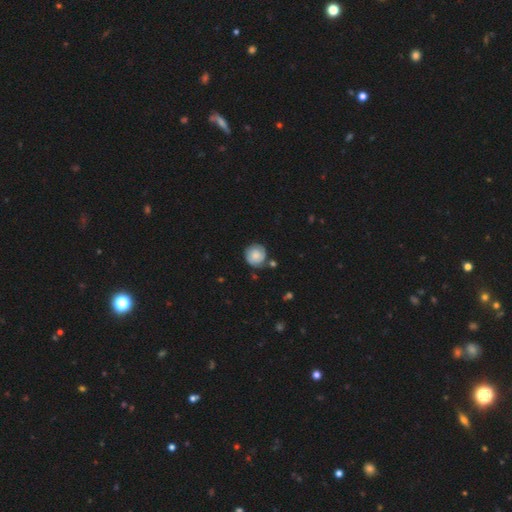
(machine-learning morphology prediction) Overall: smooth (57%; featured or disk 36%). How rounded: round (90%). Merging: none (75%).